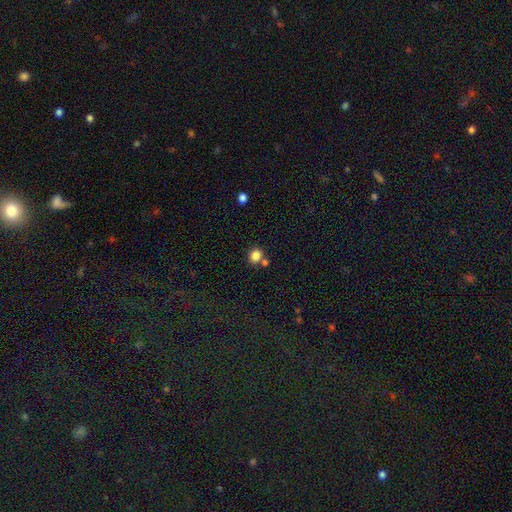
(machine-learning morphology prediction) Smooth or featured? smooth (83%)
How rounded? round (76%)
Merging? none (65%)